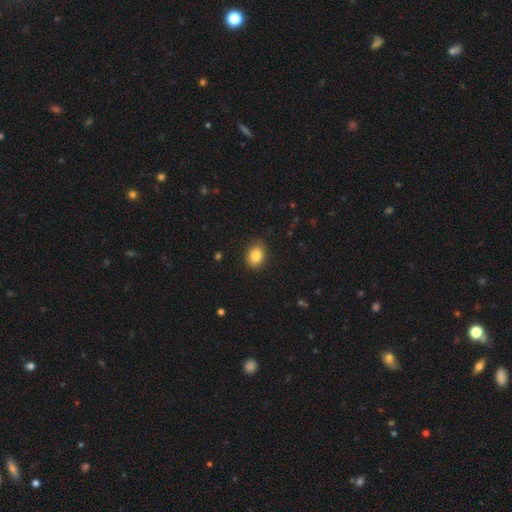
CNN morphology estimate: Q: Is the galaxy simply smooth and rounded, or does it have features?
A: smooth — 86%.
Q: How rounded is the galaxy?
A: in between — 69%.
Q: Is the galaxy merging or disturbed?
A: none — 85%.